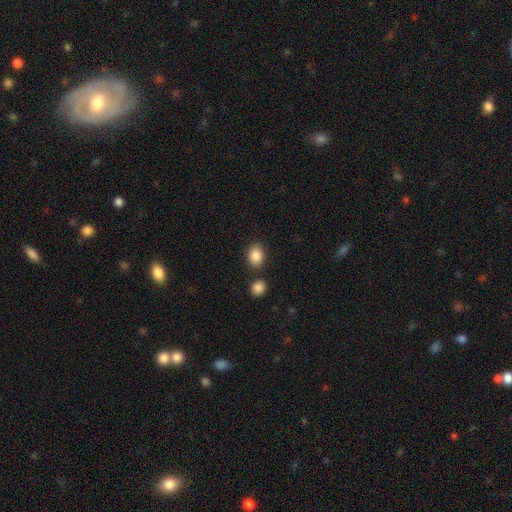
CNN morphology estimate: This is clearly a smooth galaxy (87%). How rounded: likely in between (60%). Merging: likely none (78%).